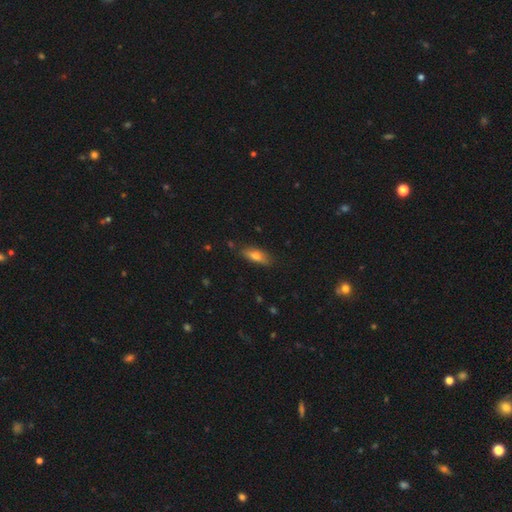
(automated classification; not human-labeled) smooth 66%, featured or disk 26%, star or artifact 8%. Down the decision tree: how rounded — in between (62%); merging — none (81%).